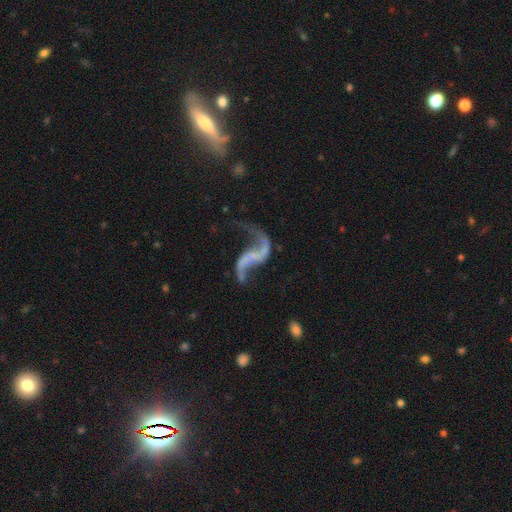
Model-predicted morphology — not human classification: Smooth or featured? featured or disk (87%)
Edge-on disk? no (97%)
Bar? no (44%)
Spiral arms? yes (94%)
Spiral winding? loose (92%)
Spiral arm count? 2 (91%)
Bulge size? none (63%)
Merging? none (57%)